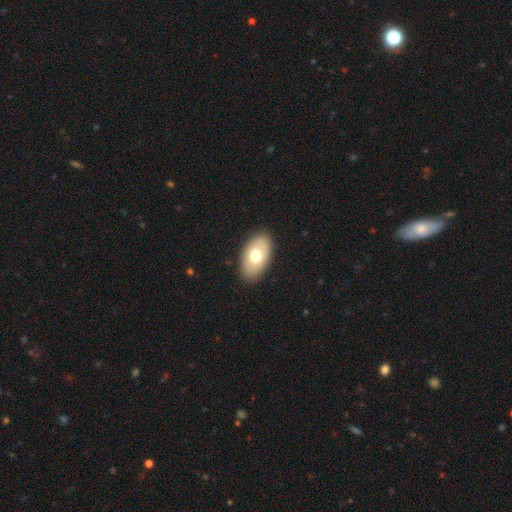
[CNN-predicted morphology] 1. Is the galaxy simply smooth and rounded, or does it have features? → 67% smooth, 26% featured or disk, 6% star or artifact.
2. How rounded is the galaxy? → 93% in between, 5% round, 1% cigar-shaped.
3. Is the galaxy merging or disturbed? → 88% none, 9% minor disturbance, 2% major disturbance, 1% merger.